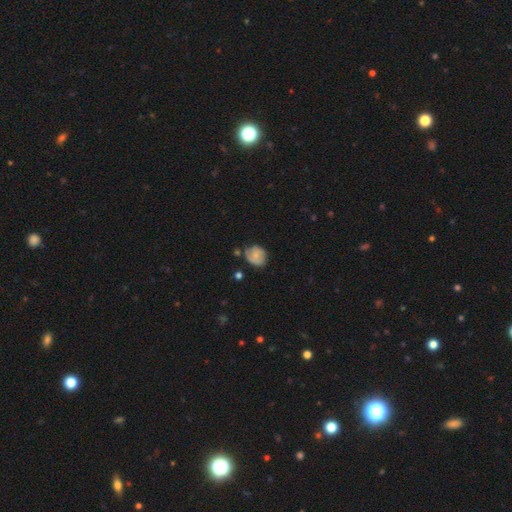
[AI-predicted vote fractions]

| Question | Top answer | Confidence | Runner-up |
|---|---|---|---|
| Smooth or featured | smooth | 62% | featured or disk (30%) |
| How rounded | round | 65% | in between (34%) |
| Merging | none | 61% | minor disturbance (27%) |